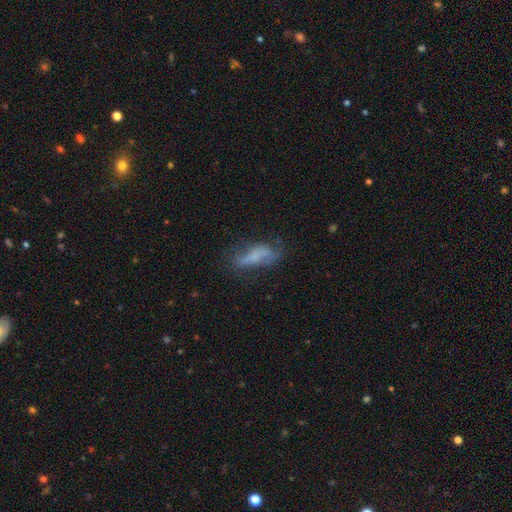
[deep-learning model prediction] Smooth or featured? Predicted: smooth (p=0.50). How rounded? Predicted: in between (p=0.56). Merging? Predicted: none (p=0.43).